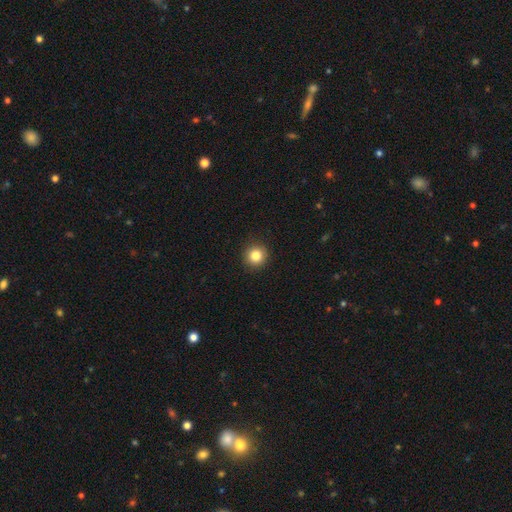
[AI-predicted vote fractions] A smooth galaxy with no disk features (84%) that is round (94%).

Vote fractions:
- Smooth or featured? smooth: 84% / star or artifact: 11% / featured or disk: 5%
- How rounded? round: 94% / in between: 5% / cigar-shaped: 1%
- Merging? none: 92% / minor disturbance: 5% / major disturbance: 2% / merger: 1%